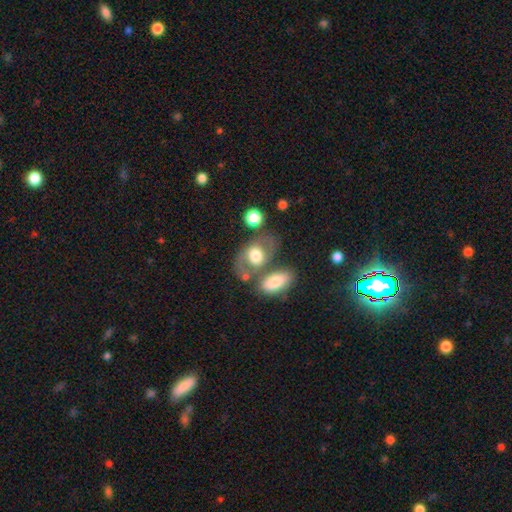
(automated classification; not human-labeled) Smooth or featured? smooth (47%)
Merging? none (52%)